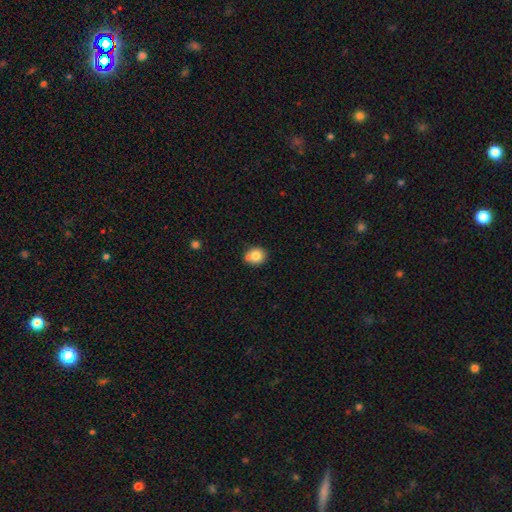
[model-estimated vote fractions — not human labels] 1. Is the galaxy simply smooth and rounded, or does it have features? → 80% smooth, 10% featured or disk, 10% star or artifact.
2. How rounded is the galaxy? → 78% round, 21% in between, 1% cigar-shaped.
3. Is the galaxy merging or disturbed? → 67% none, 17% merger, 13% minor disturbance, 3% major disturbance.